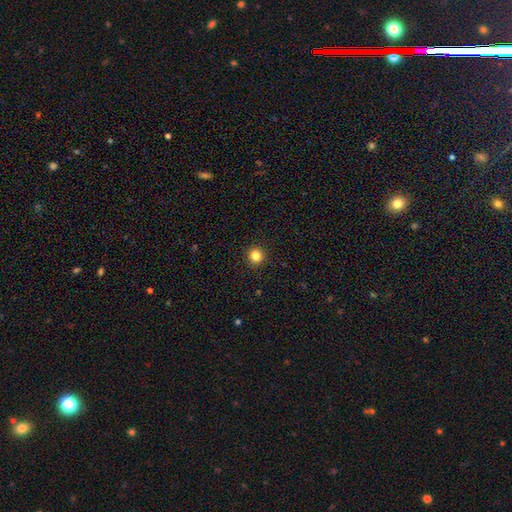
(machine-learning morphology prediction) Smooth or featured: smooth — 83% (star or artifact — 13%)
How rounded: round — 95% (in between — 4%)
Merging: none — 93% (minor disturbance — 4%)